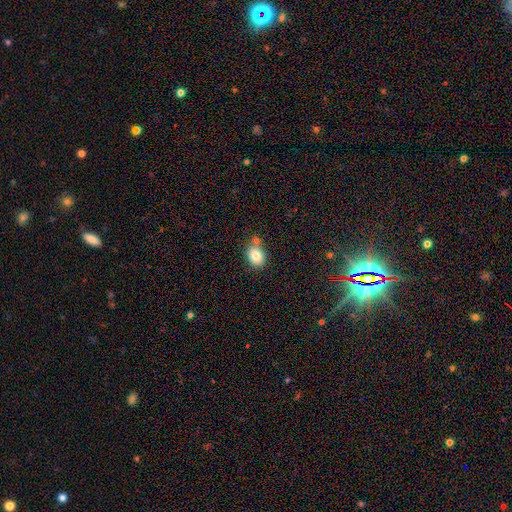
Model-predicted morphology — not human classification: smooth_or_featured: smooth (p=0.81) [alt: featured or disk p=0.10]
how_rounded: in between (p=0.63) [alt: round p=0.36]
merging: none (p=0.59) [alt: merger p=0.22]